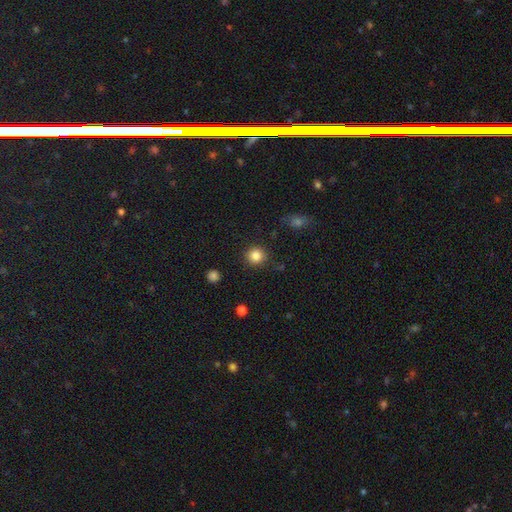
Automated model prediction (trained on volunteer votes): The model was most divided on "smooth or featured": smooth: 85%, star or artifact: 11%, featured or disk: 4%. More confident: how rounded — round (90%); merging — none (87%).